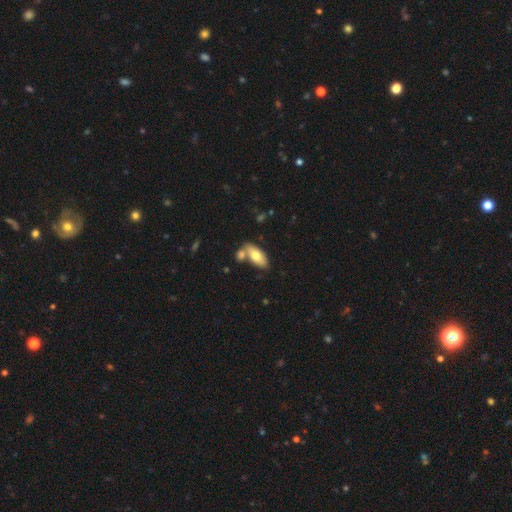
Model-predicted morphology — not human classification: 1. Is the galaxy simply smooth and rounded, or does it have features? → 70% smooth, 24% featured or disk, 6% star or artifact.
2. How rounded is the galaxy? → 86% in between, 11% cigar-shaped, 3% round.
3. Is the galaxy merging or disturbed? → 54% none, 30% merger, 12% minor disturbance, 3% major disturbance.